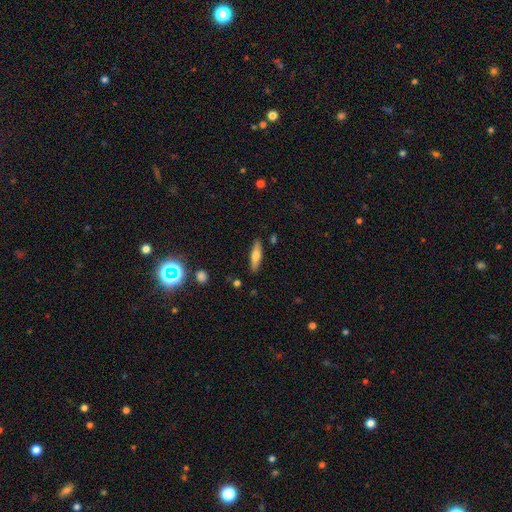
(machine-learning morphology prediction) smooth-or-featured: smooth: 61% | featured or disk: 32% | star or artifact: 7%
  how-rounded: cigar-shaped: 67% | in between: 30% | round: 2%
  merging: none: 88% | minor disturbance: 9% | major disturbance: 2% | merger: 2%